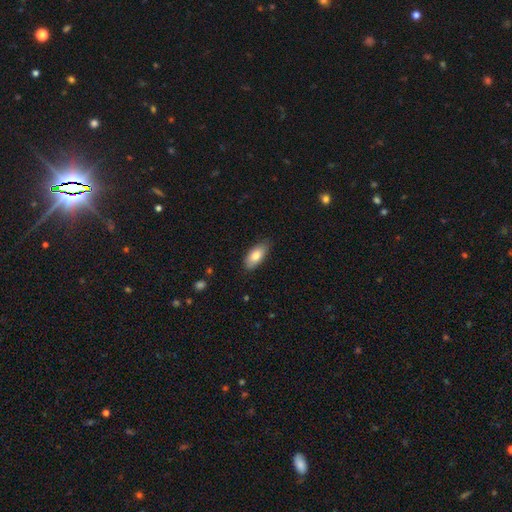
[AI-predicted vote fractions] Smooth or featured: smooth — 80% (featured or disk — 14%)
How rounded: in between — 89% (cigar-shaped — 9%)
Merging: none — 81% (minor disturbance — 16%)